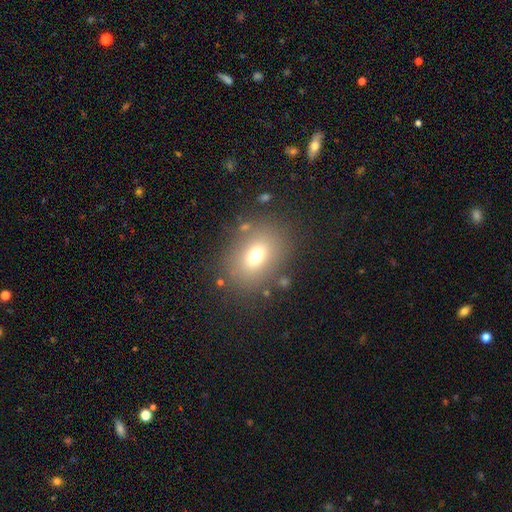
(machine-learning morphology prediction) Smooth or featured: smooth — 71% (featured or disk — 15%)
How rounded: in between — 67% (round — 32%)
Merging: none — 79% (minor disturbance — 11%)